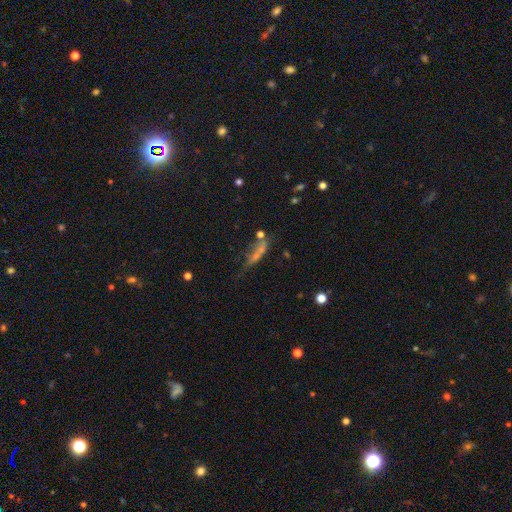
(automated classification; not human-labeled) A smooth galaxy with no disk features (41%). Merging: none (43%).